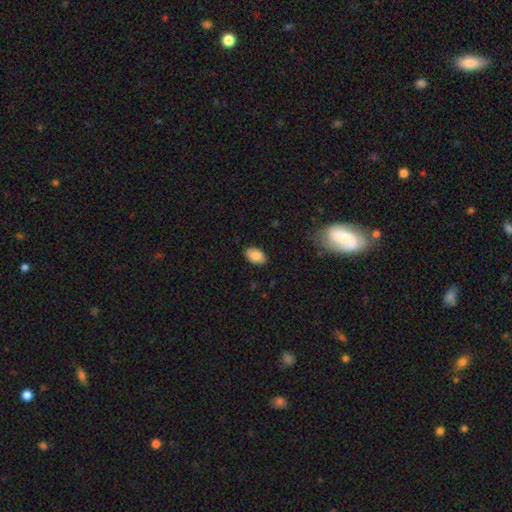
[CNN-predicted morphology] smooth_or_featured: smooth (p=0.86) [alt: star or artifact p=0.07]
how_rounded: in between (p=0.92) [alt: round p=0.07]
merging: none (p=0.85) [alt: minor disturbance p=0.11]